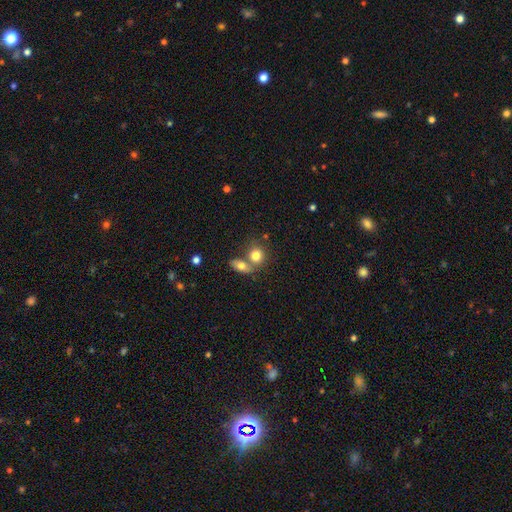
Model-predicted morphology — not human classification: Smooth or featured?
  - smooth: 79% *
  - featured or disk: 13%
  - star or artifact: 9%
How rounded?
  - round: 60% *
  - in between: 38%
  - cigar-shaped: 2%
Merging?
  - merger: 48% *
  - none: 40%
  - minor disturbance: 9%
  - major disturbance: 4%